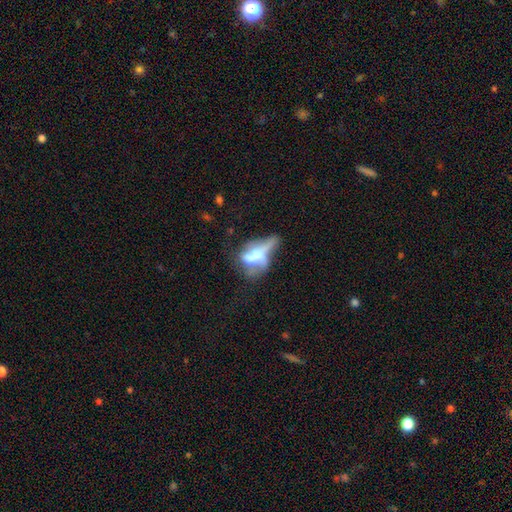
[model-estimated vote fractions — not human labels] smooth_or_featured: featured or disk (p=0.49) [alt: smooth p=0.39]
merging: major disturbance (p=0.33) [alt: merger p=0.27]